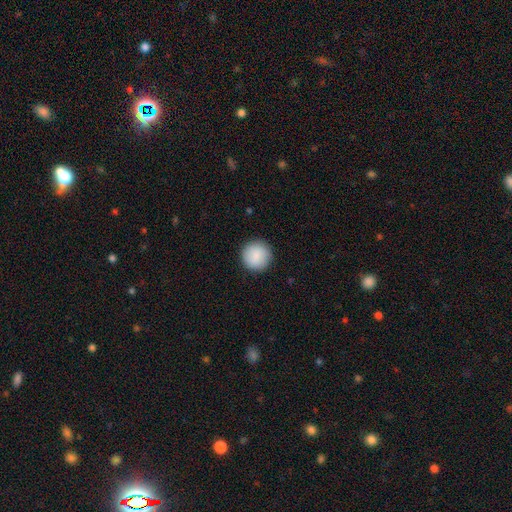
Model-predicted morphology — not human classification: smooth 89%, star or artifact 7%, featured or disk 4%. Down the decision tree: how rounded — round (96%); merging — none (91%).